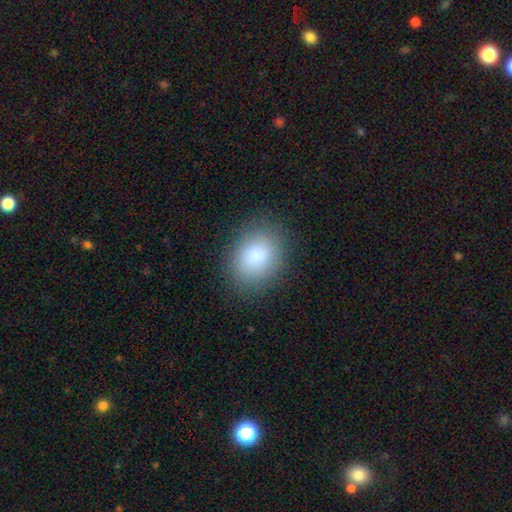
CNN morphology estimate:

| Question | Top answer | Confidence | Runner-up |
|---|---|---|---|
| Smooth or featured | smooth | 86% | star or artifact (8%) |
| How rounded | in between | 58% | round (41%) |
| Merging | none | 84% | minor disturbance (11%) |